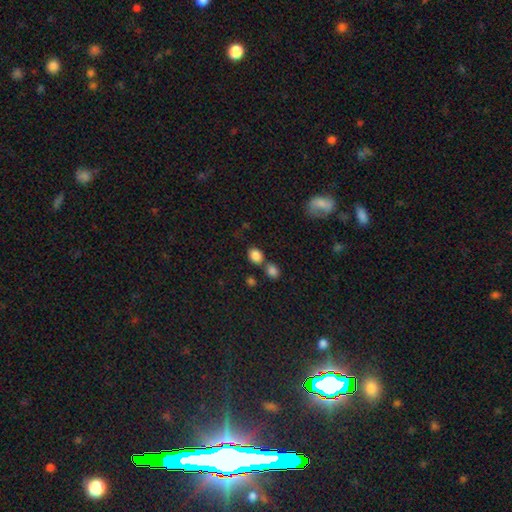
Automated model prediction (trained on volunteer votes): A smooth galaxy with no disk features (84%) that is round (50%).

Vote fractions:
- Smooth or featured? smooth: 84% / star or artifact: 11% / featured or disk: 5%
- How rounded? round: 50% / in between: 49% / cigar-shaped: 1%
- Merging? none: 55% / merger: 30% / minor disturbance: 11% / major disturbance: 4%